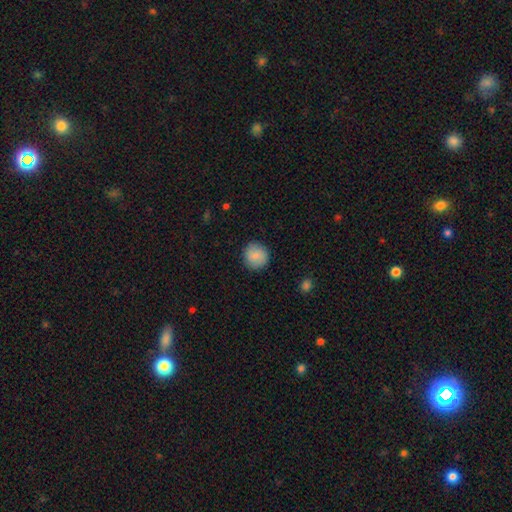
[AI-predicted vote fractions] Smooth or featured?
  - smooth: 84% *
  - featured or disk: 10%
  - star or artifact: 7%
How rounded?
  - round: 93% *
  - in between: 6%
  - cigar-shaped: 1%
Merging?
  - none: 89% *
  - minor disturbance: 8%
  - major disturbance: 2%
  - merger: 1%